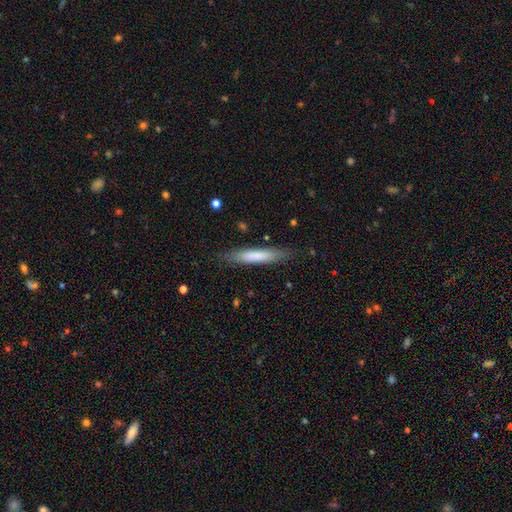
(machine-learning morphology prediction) Smooth or featured?
  - smooth: 69% *
  - featured or disk: 25%
  - star or artifact: 6%
How rounded?
  - cigar-shaped: 90% *
  - in between: 9%
  - round: 1%
Merging?
  - none: 86% *
  - minor disturbance: 11%
  - major disturbance: 2%
  - merger: 1%